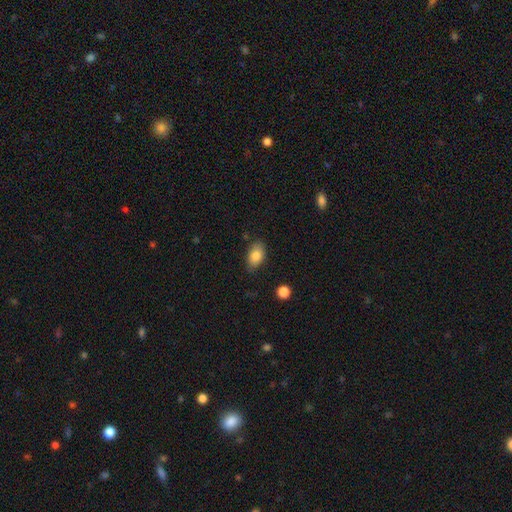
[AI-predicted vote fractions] smooth_or_featured: smooth (p=0.85) [alt: featured or disk p=0.08]
how_rounded: in between (p=0.90) [alt: round p=0.08]
merging: none (p=0.78) [alt: minor disturbance p=0.17]